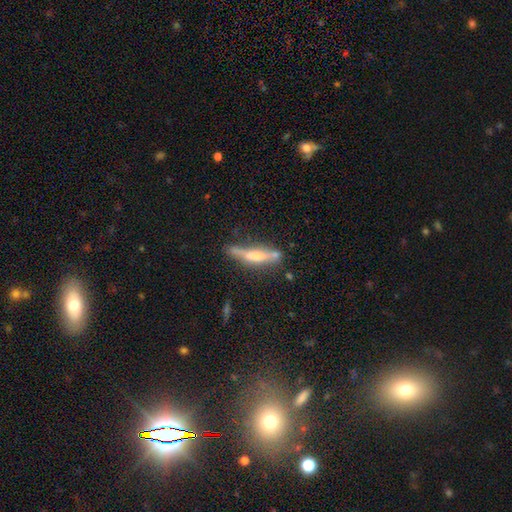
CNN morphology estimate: This appears to be a featured or disk galaxy (60%) viewed edge-on (87%) with a rounded central bulge (56%). Merging: none (63%).